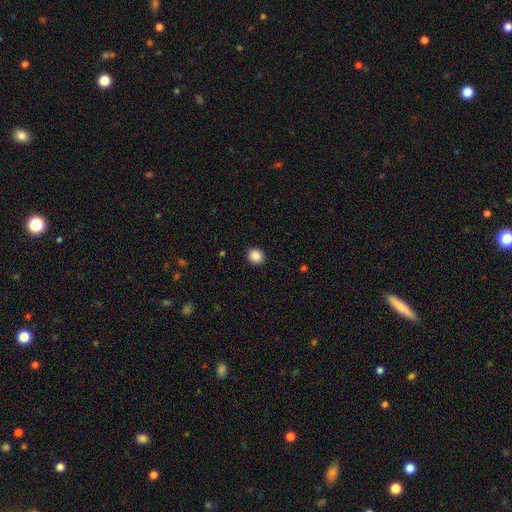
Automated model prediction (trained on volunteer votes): This appears to be a smooth galaxy with no disk features (88%) that is round (85%). Merging: none (92%).